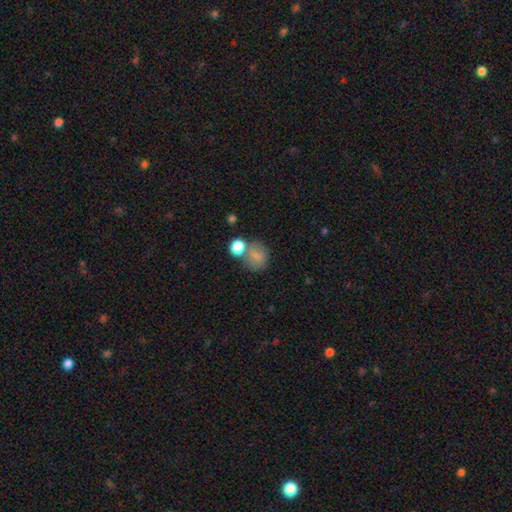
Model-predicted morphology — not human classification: Overall: smooth (78%). How rounded: round (74%). Merging: none (54%; merger 25%).